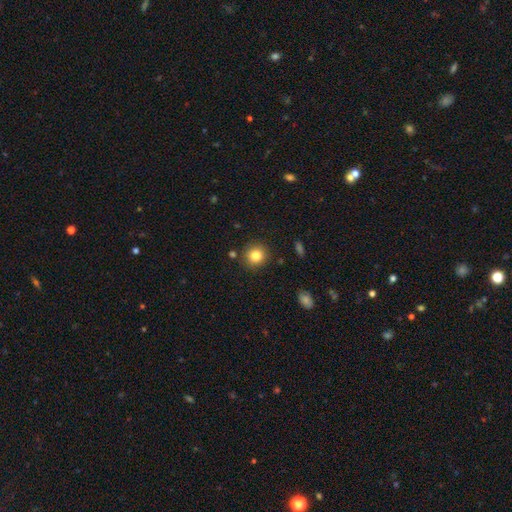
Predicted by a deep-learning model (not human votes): This appears to be a smooth galaxy with no disk features (83%) that is round (90%). Merging: none (88%).